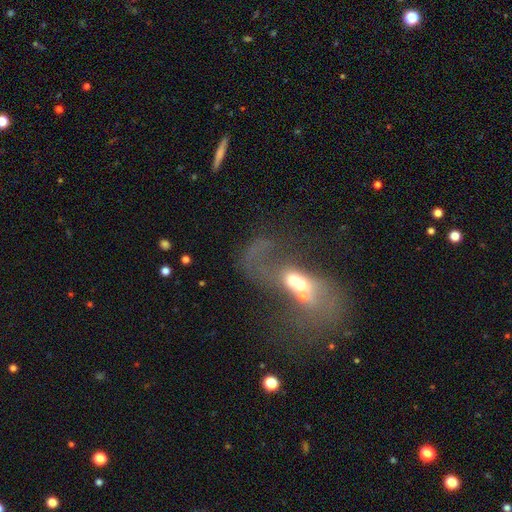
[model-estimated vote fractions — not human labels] Smooth or featured: featured or disk — 62% (smooth — 25%)
Edge-on disk: no — 91% (yes — 9%)
Bar: no — 62% (weak — 27%)
Spiral arms: yes — 54% (no — 46%)
Bulge size: moderate — 55% (small — 22%)
Merging: merger — 68% (major disturbance — 16%)